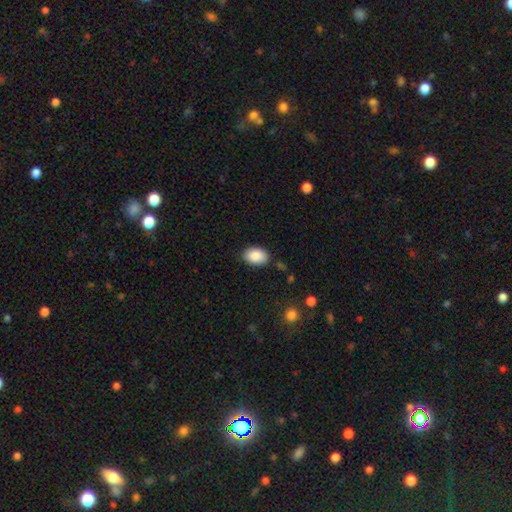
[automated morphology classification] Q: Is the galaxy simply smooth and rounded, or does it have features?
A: smooth — 88%.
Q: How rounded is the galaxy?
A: in between — 84%.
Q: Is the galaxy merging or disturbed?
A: none — 82%.